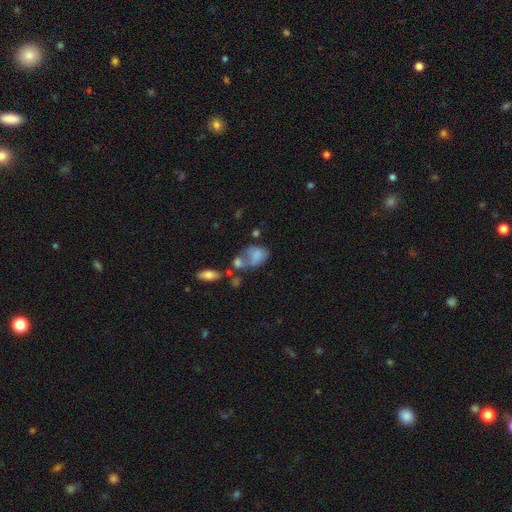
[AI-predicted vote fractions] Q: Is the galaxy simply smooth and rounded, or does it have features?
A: smooth — 66%.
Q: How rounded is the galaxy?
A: in between — 77%.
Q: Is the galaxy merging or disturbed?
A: merger — 40%.